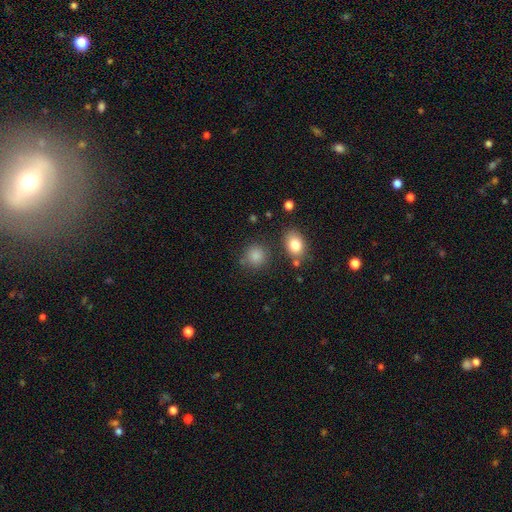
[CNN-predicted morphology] Smooth or featured: smooth — 84% (star or artifact — 11%)
How rounded: round — 84% (in between — 15%)
Merging: none — 78% (minor disturbance — 12%)